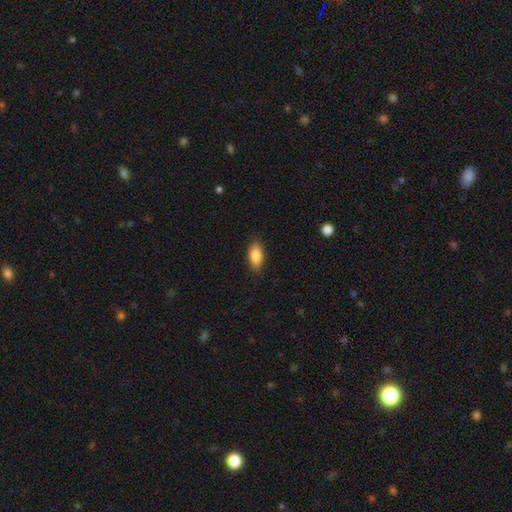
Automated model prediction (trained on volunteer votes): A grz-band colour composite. It shows a smooth galaxy with no disk features (85%) that is in between round and cigar-shaped (89%). Merging: none (87%).